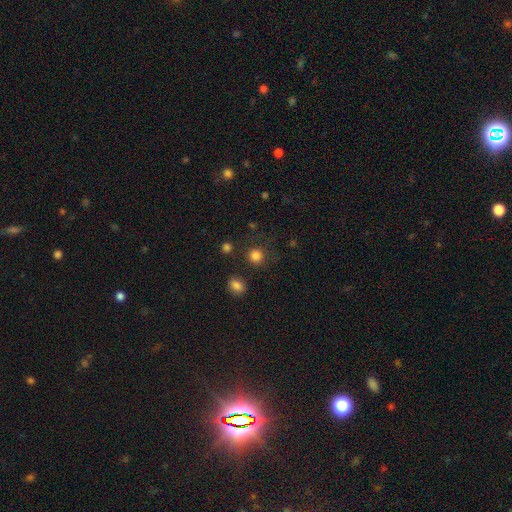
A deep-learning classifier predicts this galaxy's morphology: This appears to be a smooth galaxy with no disk features (82%) that is round (92%). Merging: none (83%).